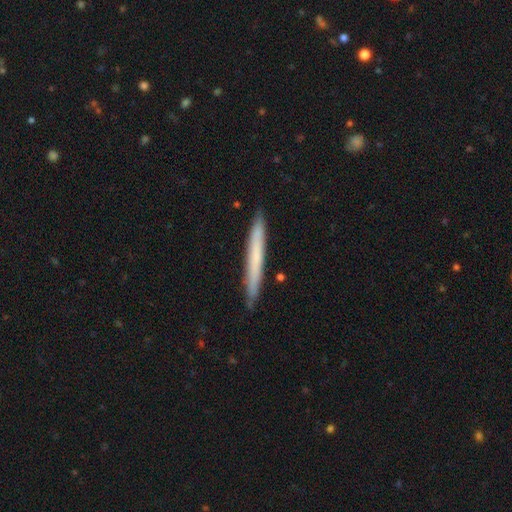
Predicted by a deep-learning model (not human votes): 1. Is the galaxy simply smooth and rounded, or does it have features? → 61% smooth, 34% featured or disk, 6% star or artifact.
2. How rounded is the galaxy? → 97% cigar-shaped, 2% in between, 1% round.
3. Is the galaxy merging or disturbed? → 90% none, 7% minor disturbance, 1% major disturbance, 1% merger.